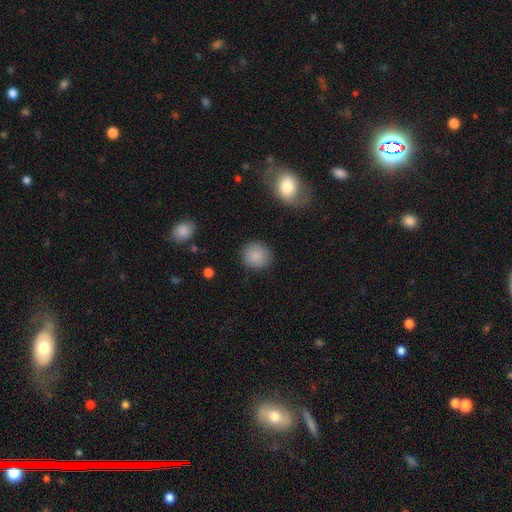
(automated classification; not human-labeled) Smooth or featured?
  - smooth: 87% *
  - star or artifact: 8%
  - featured or disk: 5%
How rounded?
  - round: 89% *
  - in between: 10%
  - cigar-shaped: 1%
Merging?
  - none: 88% *
  - minor disturbance: 8%
  - major disturbance: 3%
  - merger: 1%